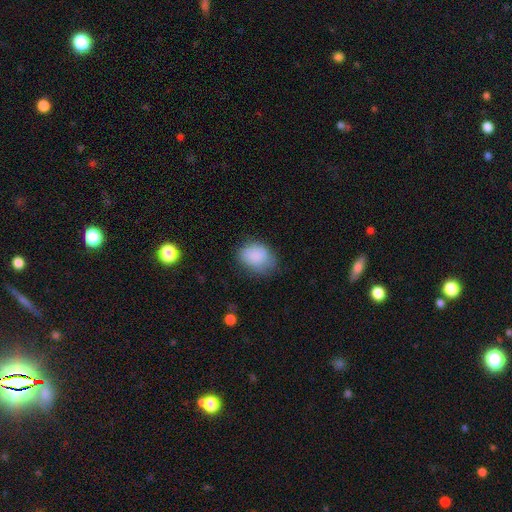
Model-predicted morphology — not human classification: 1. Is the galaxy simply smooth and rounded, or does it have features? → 85% smooth, 8% star or artifact, 7% featured or disk.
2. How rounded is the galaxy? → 63% in between, 36% round, 1% cigar-shaped.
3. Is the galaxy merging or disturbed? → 64% none, 27% minor disturbance, 8% major disturbance, 2% merger.